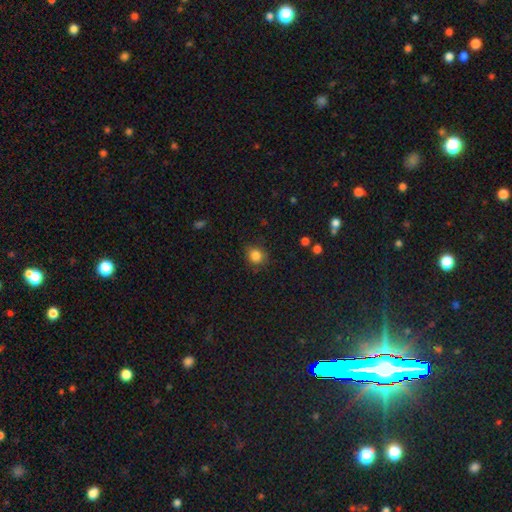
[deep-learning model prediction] Smooth or featured? smooth (84%)
How rounded? round (78%)
Merging? none (79%)